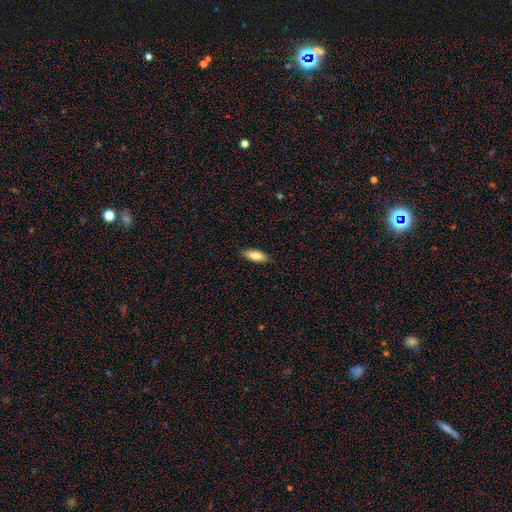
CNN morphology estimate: Smooth or featured? Predicted: smooth (p=0.80). How rounded? Predicted: in between (p=0.67). Merging? Predicted: none (p=0.87).